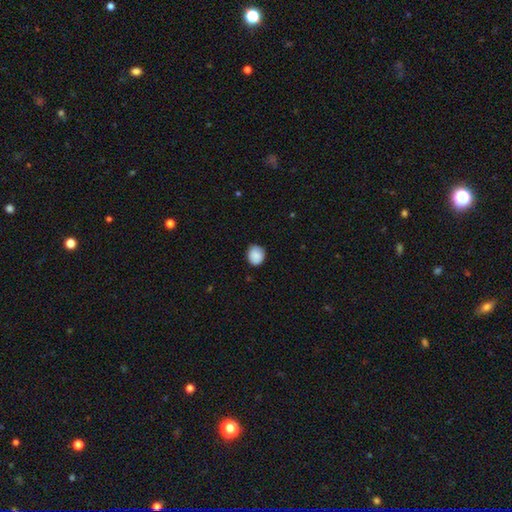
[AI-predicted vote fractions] Q: Smooth or featured?
A: smooth (88%); runner-up: star or artifact (8%)
Q: How rounded?
A: round (74%); runner-up: in between (25%)
Q: Merging?
A: none (81%); runner-up: minor disturbance (15%)